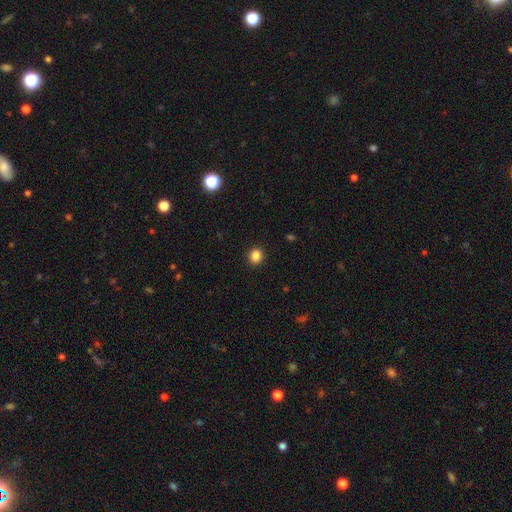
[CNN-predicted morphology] A smooth galaxy with no disk features (85%) that is round (81%).

Vote fractions:
- Smooth or featured? smooth: 85% / star or artifact: 11% / featured or disk: 4%
- How rounded? round: 81% / in between: 18% / cigar-shaped: 1%
- Merging? none: 92% / minor disturbance: 5% / major disturbance: 2% / merger: 1%